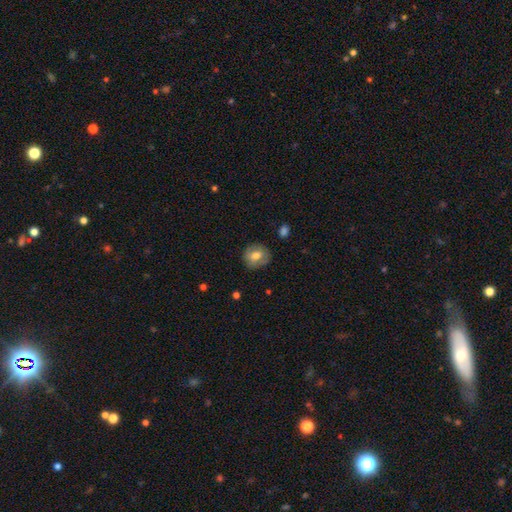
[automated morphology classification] A smooth galaxy with no disk features (69%) that is round (77%). Merging: none (82%).